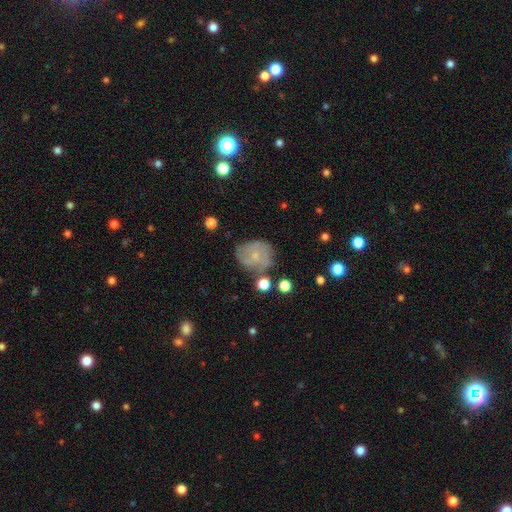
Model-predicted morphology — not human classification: A featured or disk galaxy (49%). Merging: none (54%).